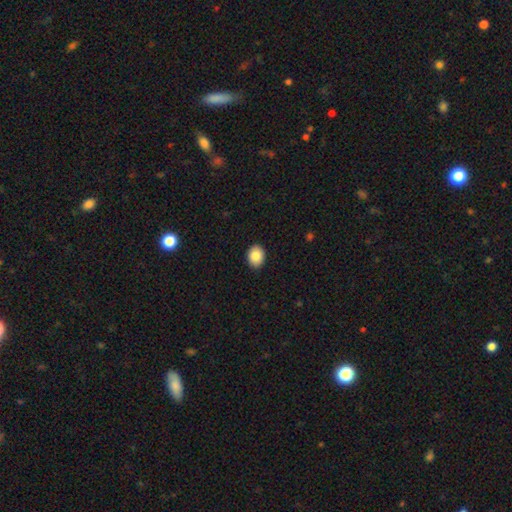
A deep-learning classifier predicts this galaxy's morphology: A smooth galaxy with no disk features (87%) that is in between round and cigar-shaped (56%). Merging: none (89%).